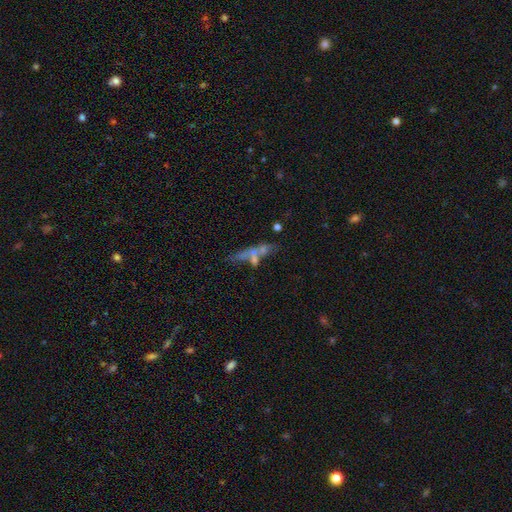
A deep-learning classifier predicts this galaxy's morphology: This appears to be a featured or disk galaxy (43%). Merging: none (46%).